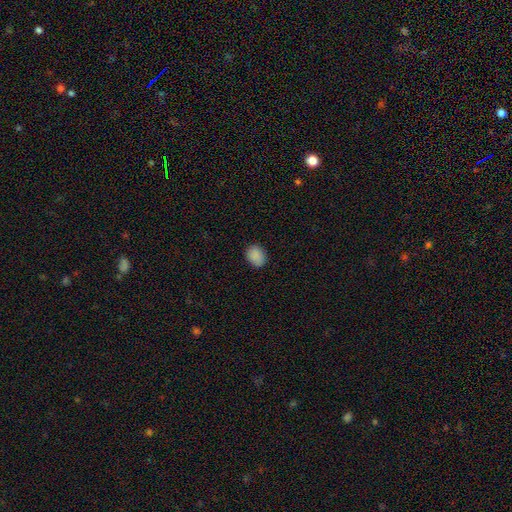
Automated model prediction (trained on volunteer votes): The model was most divided on "how rounded": in between: 54%, round: 45%, cigar-shaped: 1%. More confident: smooth or featured — smooth (88%); merging — none (86%).